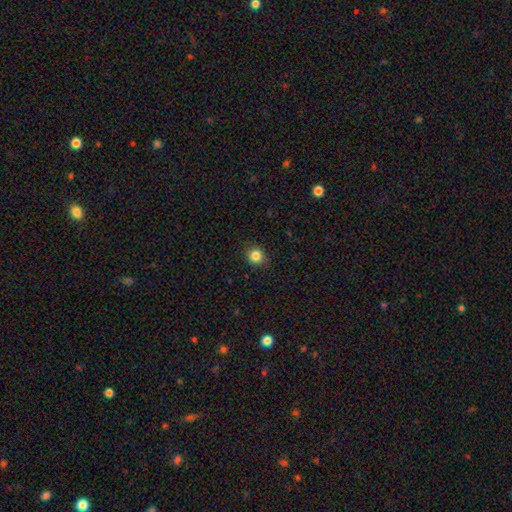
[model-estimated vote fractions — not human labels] Smooth or featured: smooth — 84% (star or artifact — 11%)
How rounded: round — 90% (in between — 9%)
Merging: none — 88% (minor disturbance — 9%)